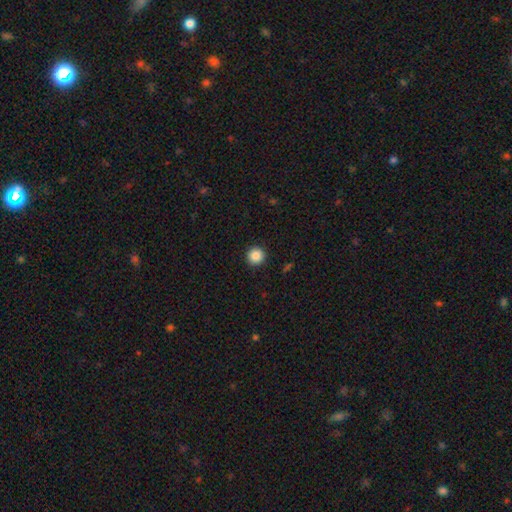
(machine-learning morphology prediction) This is clearly a smooth galaxy (88%). How rounded: clearly round (95%). Merging: clearly none (92%).